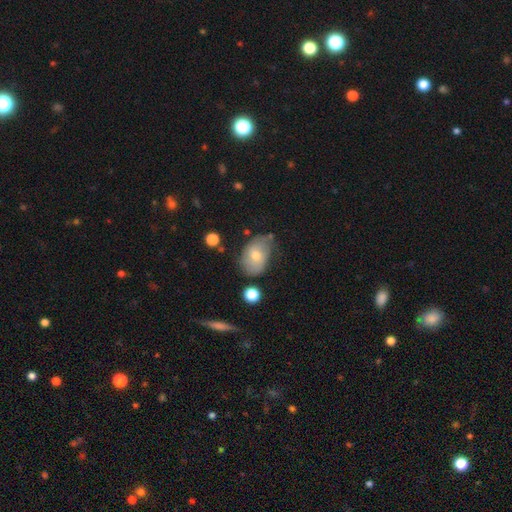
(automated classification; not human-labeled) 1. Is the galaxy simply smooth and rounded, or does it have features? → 58% smooth, 33% featured or disk, 9% star or artifact.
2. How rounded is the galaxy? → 80% in between, 19% round, 1% cigar-shaped.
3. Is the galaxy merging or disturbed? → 53% none, 32% minor disturbance, 10% major disturbance, 5% merger.